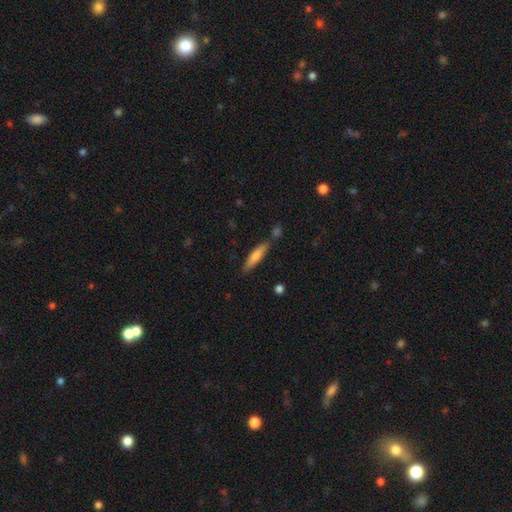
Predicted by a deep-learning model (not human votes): Q: Smooth or featured?
A: smooth (68%); runner-up: featured or disk (26%)
Q: How rounded?
A: cigar-shaped (83%); runner-up: in between (15%)
Q: Merging?
A: none (73%); runner-up: minor disturbance (14%)